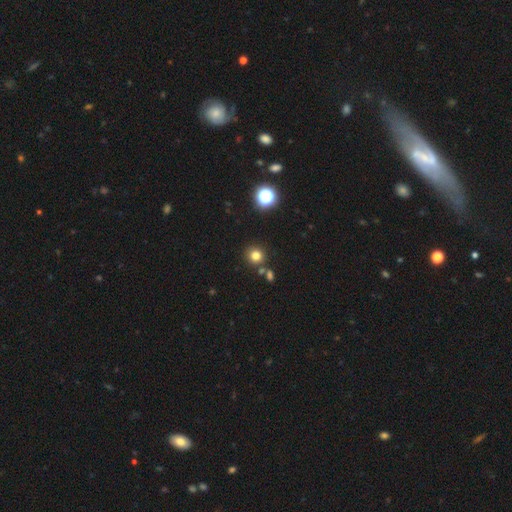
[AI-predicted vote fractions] Smooth or featured: smooth — 77% (star or artifact — 16%)
How rounded: round — 91% (in between — 8%)
Merging: none — 82% (merger — 8%)